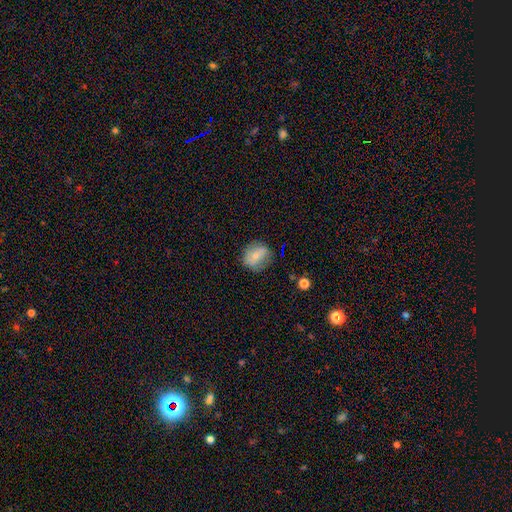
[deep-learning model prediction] Smooth or featured? Predicted: smooth (p=0.62). How rounded? Predicted: round (p=0.61). Merging? Predicted: none (p=0.67).